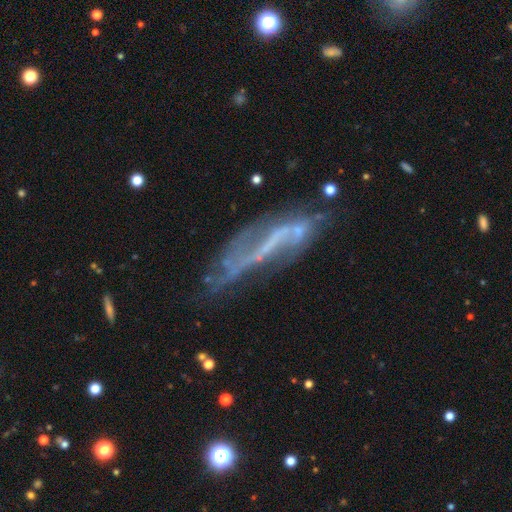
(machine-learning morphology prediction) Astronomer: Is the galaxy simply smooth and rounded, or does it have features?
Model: featured or disk — 68%.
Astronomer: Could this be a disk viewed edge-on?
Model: no — 60% (runner-up: yes, 40%).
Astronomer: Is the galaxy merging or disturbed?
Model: none — 50% (runner-up: minor disturbance, 25%).